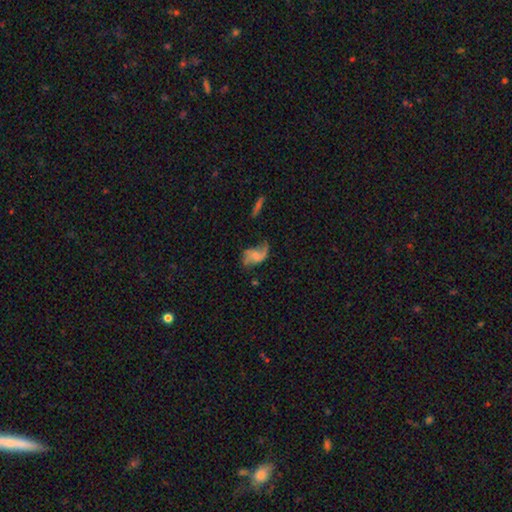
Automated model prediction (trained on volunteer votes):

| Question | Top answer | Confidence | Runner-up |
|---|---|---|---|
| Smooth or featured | featured or disk | 69% | smooth (23%) |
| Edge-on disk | no | 96% | yes (4%) |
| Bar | no | 57% | weak (35%) |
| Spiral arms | yes | 88% | no (12%) |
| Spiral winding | loose | 75% | medium (20%) |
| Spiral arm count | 2 | 83% | 1 (7%) |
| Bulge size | small | 45% | moderate (27%) |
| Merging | none | 48% | minor disturbance (25%) |